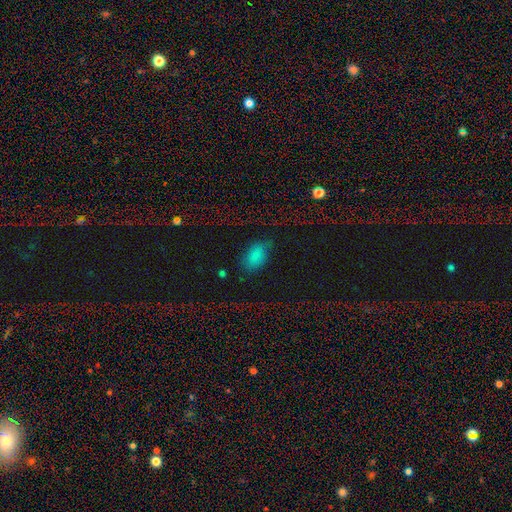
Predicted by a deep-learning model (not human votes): Smooth or featured? Predicted: smooth (p=0.81). How rounded? Predicted: in between (p=0.91). Merging? Predicted: none (p=0.64).